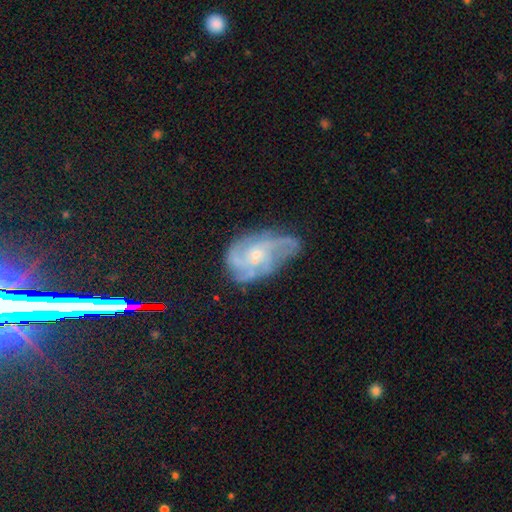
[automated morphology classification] smooth-or-featured: featured or disk: 81% | smooth: 11% | star or artifact: 7%
  disk-edge-on: no: 97% | yes: 3%
    bar: no: 73% | weak: 23% | strong: 3%
    has-spiral-arms: yes: 93% | no: 7%
      spiral-winding: medium: 45% | tight: 38% | loose: 17%
      spiral-arm-count: 3: 31% | can't tell: 23% | 4: 21% | 2: 13% | more than 4: 6% | 1: 6%
    bulge-size: small: 69% | moderate: 26% | none: 3% | large: 1% | dominant: 1%
  merging: none: 55% | minor disturbance: 28% | major disturbance: 15% | merger: 2%